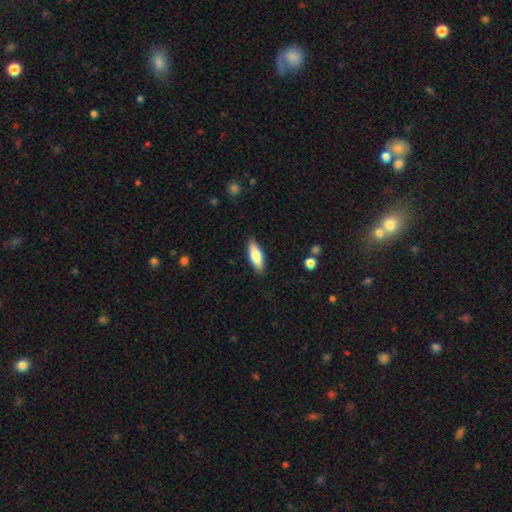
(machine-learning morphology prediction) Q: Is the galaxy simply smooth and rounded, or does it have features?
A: smooth — 73%.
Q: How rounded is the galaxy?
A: in between — 59%.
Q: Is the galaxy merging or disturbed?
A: none — 87%.